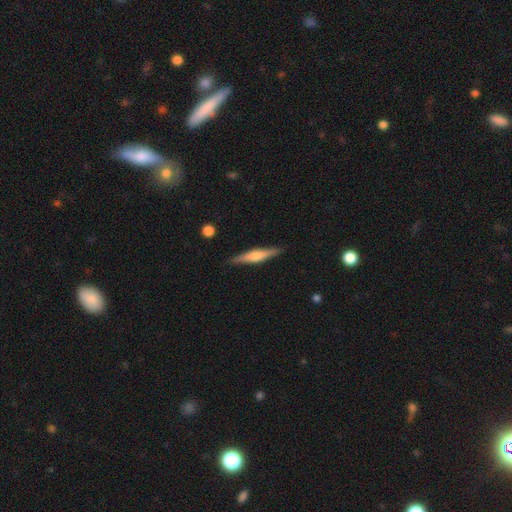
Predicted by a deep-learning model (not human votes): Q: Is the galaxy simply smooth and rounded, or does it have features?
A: featured or disk — 55%.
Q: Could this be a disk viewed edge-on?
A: yes — 96%.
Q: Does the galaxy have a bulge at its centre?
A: rounded — 71%.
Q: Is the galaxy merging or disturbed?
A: none — 88%.